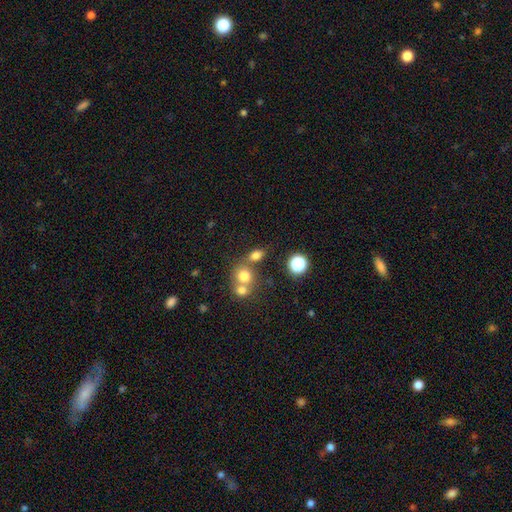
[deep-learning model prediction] smooth 75%, star or artifact 15%, featured or disk 10%. Down the decision tree: how rounded — in between (51%); merging — none (51%).